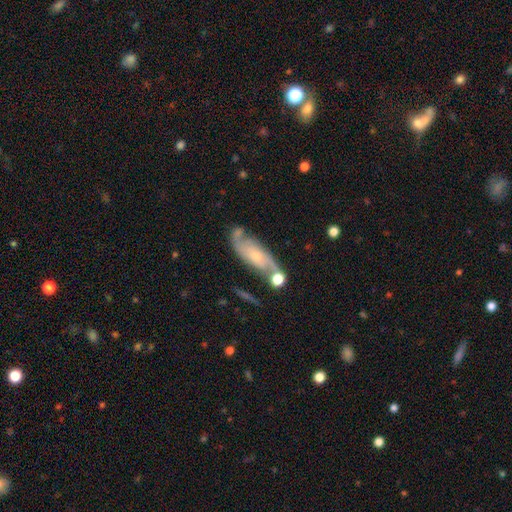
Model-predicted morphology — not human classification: smooth_or_featured: featured or disk (p=0.72) [alt: smooth p=0.21]
disk_edge_on: no (p=0.85) [alt: yes p=0.15]
bar: no (p=0.70) [alt: weak p=0.23]
has_spiral_arms: yes (p=0.88) [alt: no p=0.12]
spiral_winding: medium (p=0.41) [alt: loose p=0.30]
spiral_arm_count: 2 (p=0.76) [alt: can't tell p=0.15]
bulge_size: small (p=0.70) [alt: moderate p=0.25]
merging: none (p=0.58) [alt: minor disturbance p=0.20]